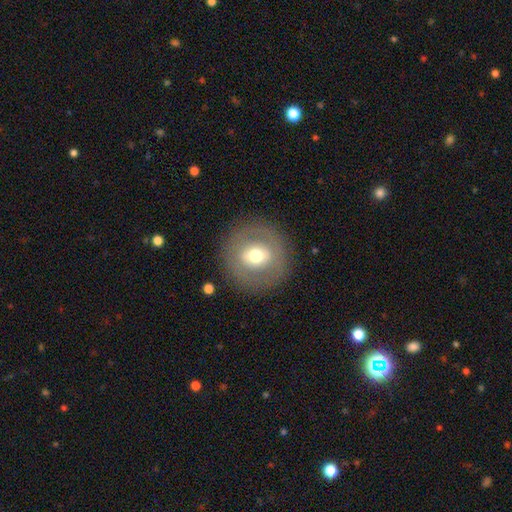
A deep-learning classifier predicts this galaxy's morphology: Smooth or featured? smooth (54%)
How rounded? round (92%)
Merging? none (86%)